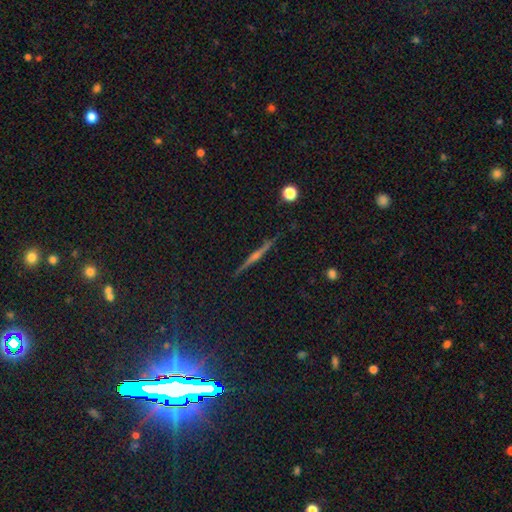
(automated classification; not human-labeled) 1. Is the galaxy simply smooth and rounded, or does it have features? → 68% featured or disk, 18% smooth, 14% star or artifact.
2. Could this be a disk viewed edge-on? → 98% yes, 2% no.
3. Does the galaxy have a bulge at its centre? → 69% rounded, 21% none, 11% boxy.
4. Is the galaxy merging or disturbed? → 90% none, 7% minor disturbance, 2% major disturbance, 1% merger.